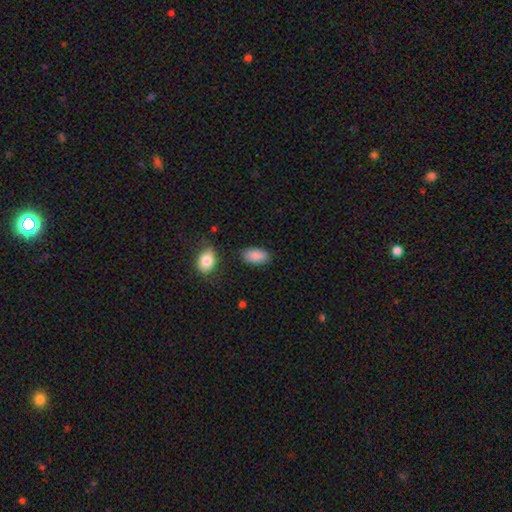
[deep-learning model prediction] This is clearly a smooth galaxy (89%). How rounded: clearly in between (94%). Merging: clearly none (84%).